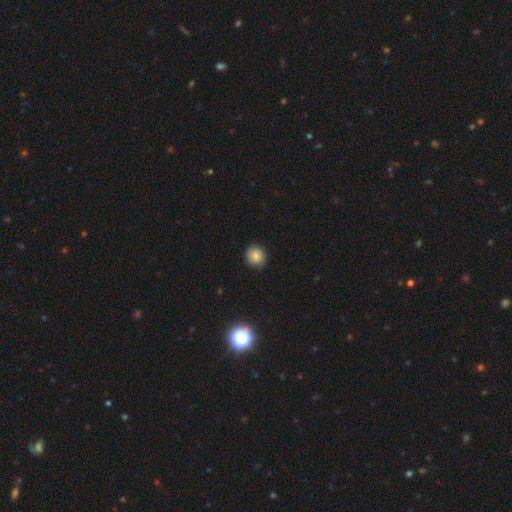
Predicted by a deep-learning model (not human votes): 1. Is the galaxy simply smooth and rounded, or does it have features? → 81% smooth, 11% star or artifact, 8% featured or disk.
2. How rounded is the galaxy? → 88% round, 11% in between, 1% cigar-shaped.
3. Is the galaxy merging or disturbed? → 85% none, 12% minor disturbance, 2% major disturbance, 1% merger.